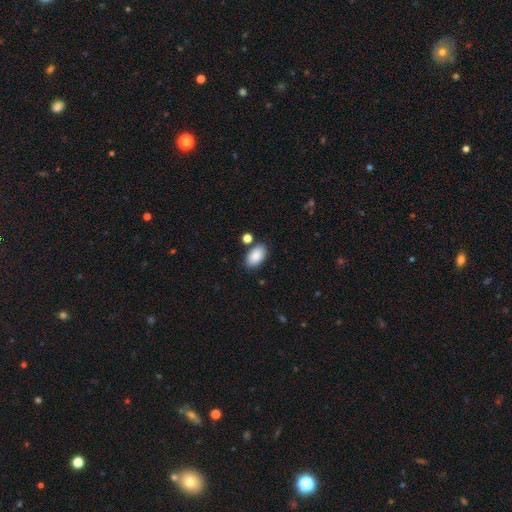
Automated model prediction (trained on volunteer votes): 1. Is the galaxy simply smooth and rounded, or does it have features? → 87% smooth, 7% star or artifact, 6% featured or disk.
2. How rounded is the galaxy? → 94% in between, 5% round, 1% cigar-shaped.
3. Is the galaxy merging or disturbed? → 79% none, 11% minor disturbance, 7% merger, 3% major disturbance.